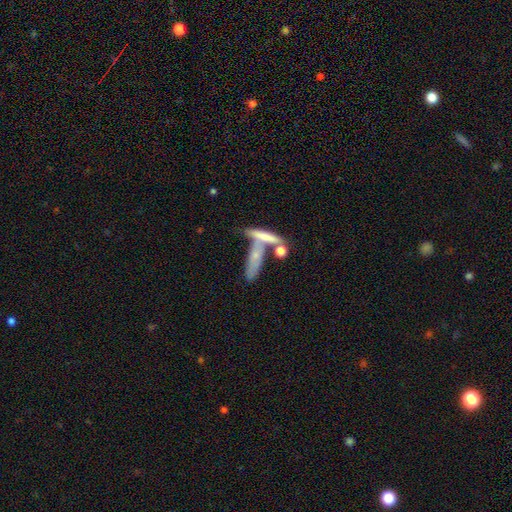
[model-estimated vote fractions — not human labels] Smooth or featured?
  - smooth: 56% *
  - featured or disk: 35%
  - star or artifact: 9%
How rounded?
  - cigar-shaped: 69% *
  - in between: 27%
  - round: 4%
Merging?
  - merger: 44% *
  - none: 34%
  - minor disturbance: 14%
  - major disturbance: 8%